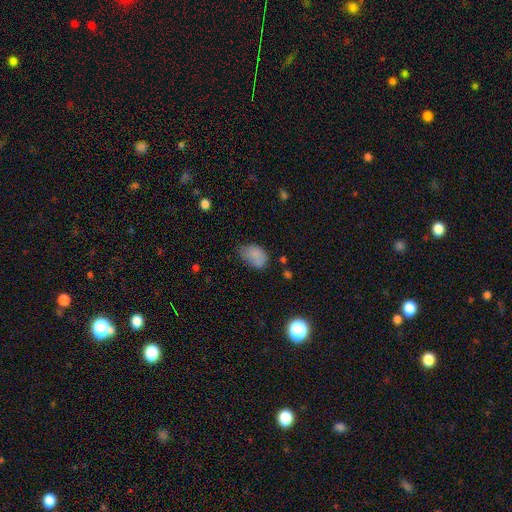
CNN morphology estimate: Overall: smooth (81%). How rounded: in between (86%). Merging: none (44%; minor disturbance 39%).